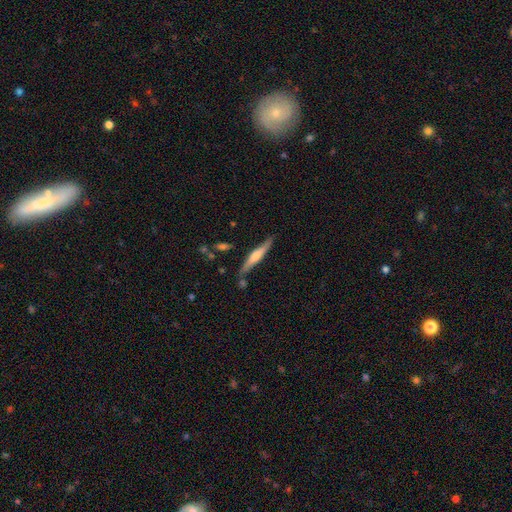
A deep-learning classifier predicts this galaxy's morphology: This is possibly a featured or disk galaxy (58%). It is clearly viewed edge-on (95%). Edge-on bulge: likely rounded (73%). Merging: likely none (80%).